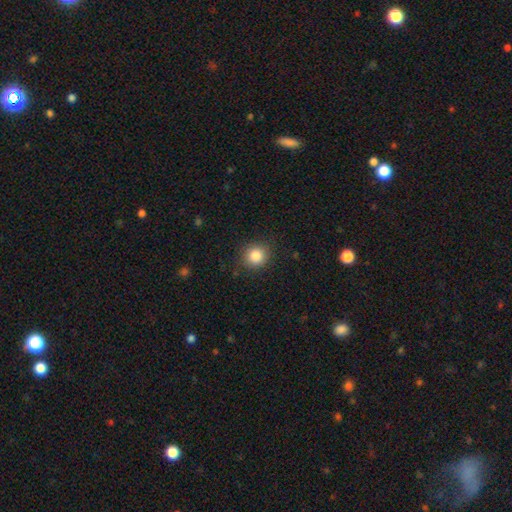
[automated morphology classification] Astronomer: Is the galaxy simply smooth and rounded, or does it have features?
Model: smooth — 85%.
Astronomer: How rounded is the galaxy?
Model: round — 86%.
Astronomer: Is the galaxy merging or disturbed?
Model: none — 88%.